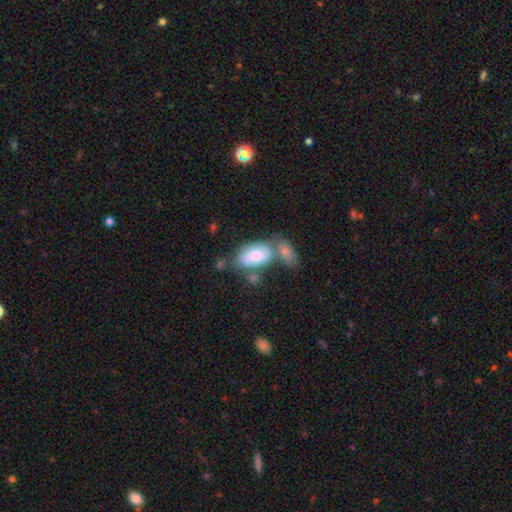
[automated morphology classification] This is likely a smooth galaxy (76%). How rounded: clearly in between (93%). Merging: marginally merger (41%).